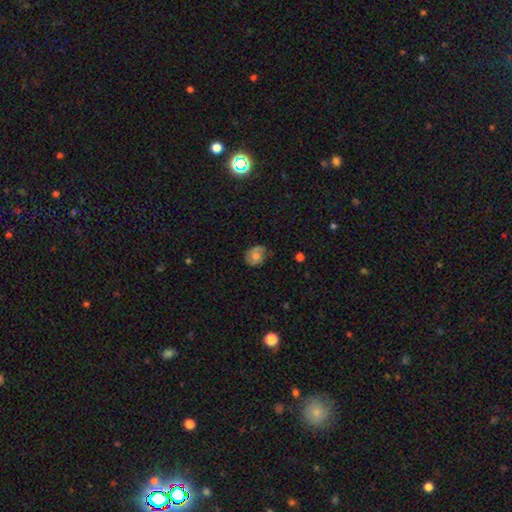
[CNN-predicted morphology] The model was most divided on "how rounded": round: 54%, in between: 44%, cigar-shaped: 1%. More confident: merging — none (58%); smooth or featured — smooth (57%).